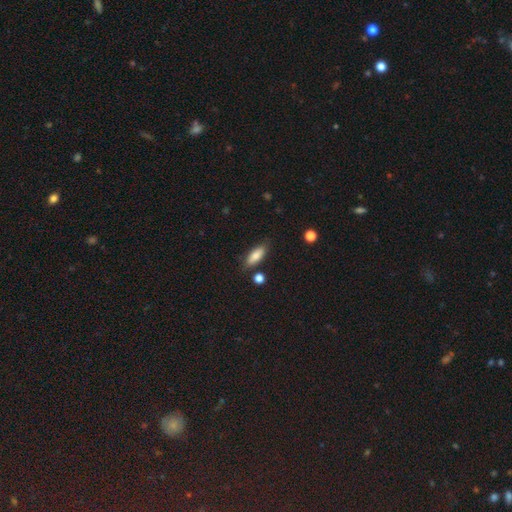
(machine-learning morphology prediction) A smooth galaxy with no disk features (79%) that is in between round and cigar-shaped (68%). Merging: none (79%).